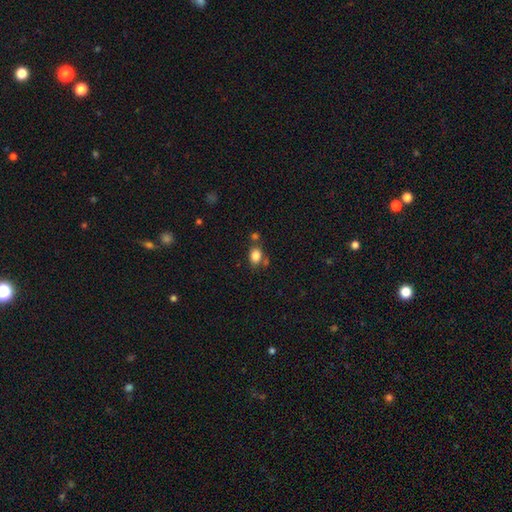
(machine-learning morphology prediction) This appears to be a smooth galaxy with no disk features (83%) that is in between round and cigar-shaped (68%). Merging: none (65%).